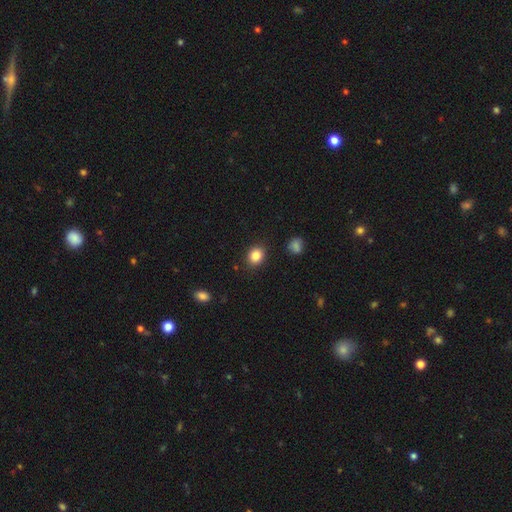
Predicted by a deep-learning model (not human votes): A smooth galaxy with no disk features (84%) that is round (60%).

Vote fractions:
- Smooth or featured? smooth: 84% / star or artifact: 10% / featured or disk: 6%
- How rounded? round: 60% / in between: 40% / cigar-shaped: 1%
- Merging? none: 88% / minor disturbance: 8% / major disturbance: 2% / merger: 2%